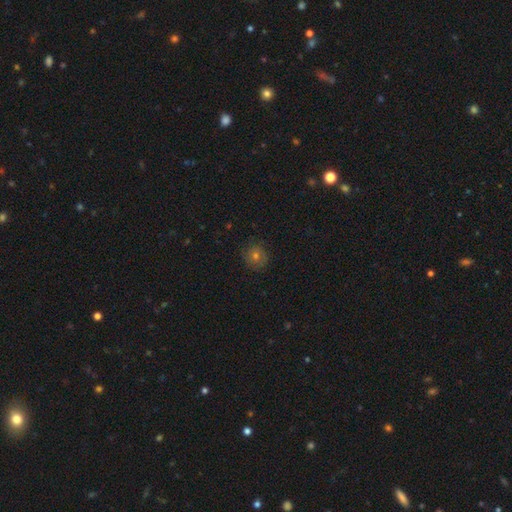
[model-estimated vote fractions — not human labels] The model was most divided on "smooth or featured": smooth: 53%, featured or disk: 27%, star or artifact: 20%. More confident: how rounded — round (89%); merging — none (84%).